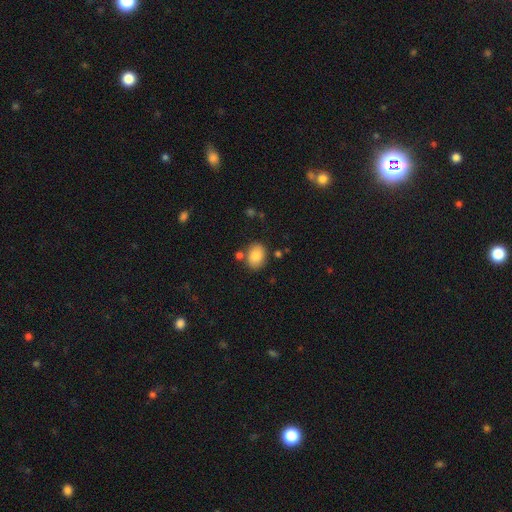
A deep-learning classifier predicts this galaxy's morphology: This is clearly a smooth galaxy (85%). How rounded: likely in between (68%). Merging: likely none (76%).